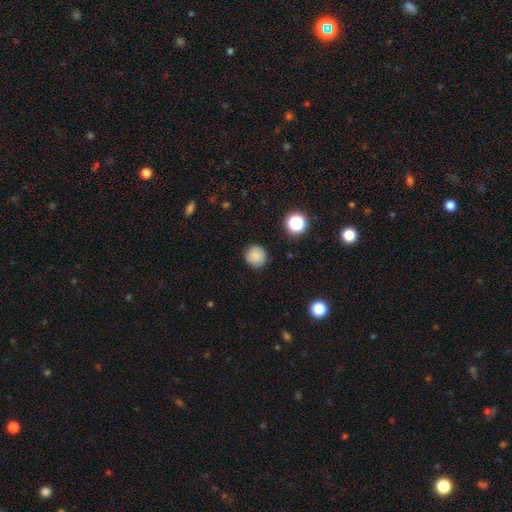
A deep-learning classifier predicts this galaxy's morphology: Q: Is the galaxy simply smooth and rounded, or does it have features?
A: smooth — 85%.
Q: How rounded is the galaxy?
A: round — 94%.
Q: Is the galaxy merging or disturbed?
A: none — 89%.